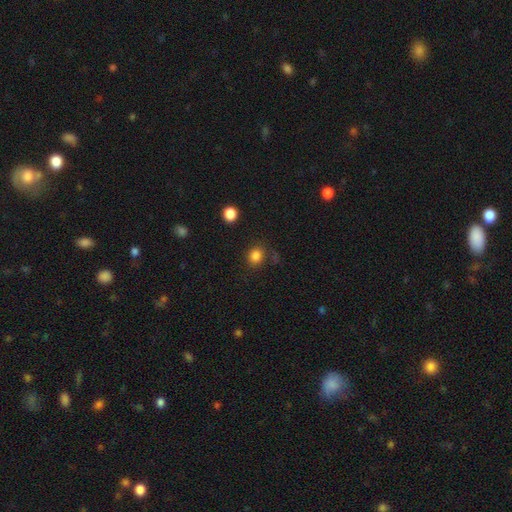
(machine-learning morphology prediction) A smooth galaxy with no disk features (84%) that is round (79%). Merging: none (81%).